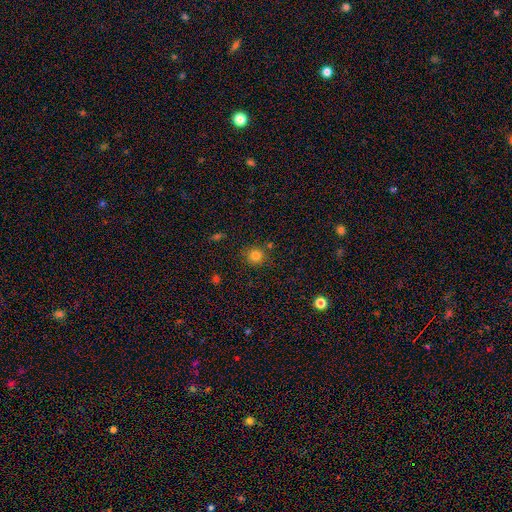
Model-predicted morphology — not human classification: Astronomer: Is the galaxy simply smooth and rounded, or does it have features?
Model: smooth — 81%.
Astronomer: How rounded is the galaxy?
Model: round — 90%.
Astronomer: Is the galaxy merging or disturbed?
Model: none — 80%.